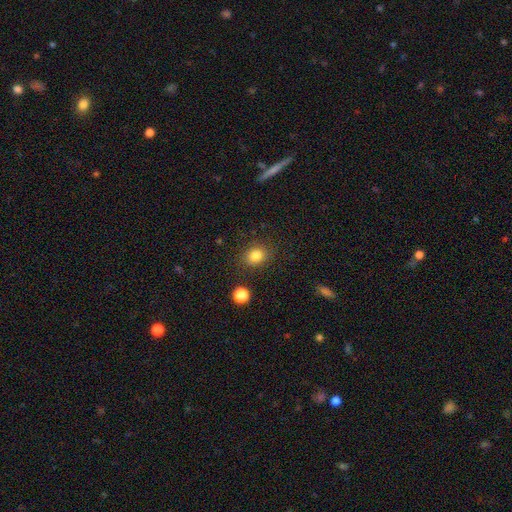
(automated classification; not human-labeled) This appears to be a smooth galaxy with no disk features (83%) that is round (59%). Merging: none (85%).